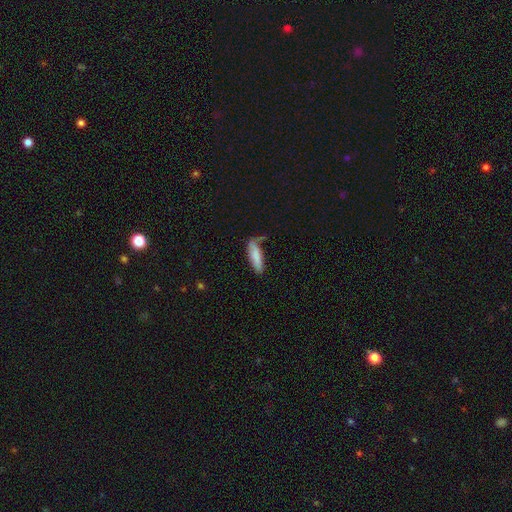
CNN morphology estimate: smooth 80%, featured or disk 13%, star or artifact 7%. Down the decision tree: how rounded — cigar-shaped (63%); merging — none (55%).